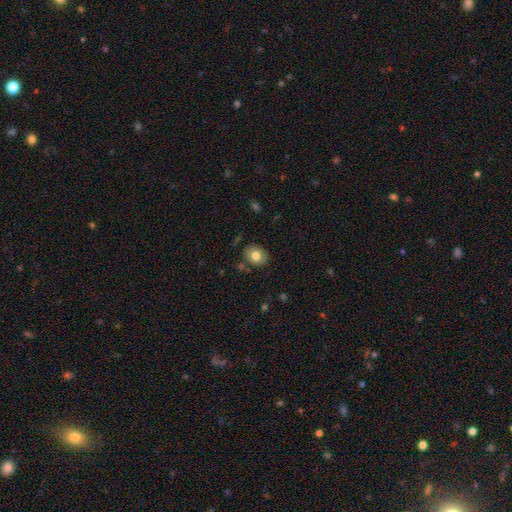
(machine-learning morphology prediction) smooth 76%, featured or disk 15%, star or artifact 9%. Down the decision tree: how rounded — round (50%); merging — none (83%).